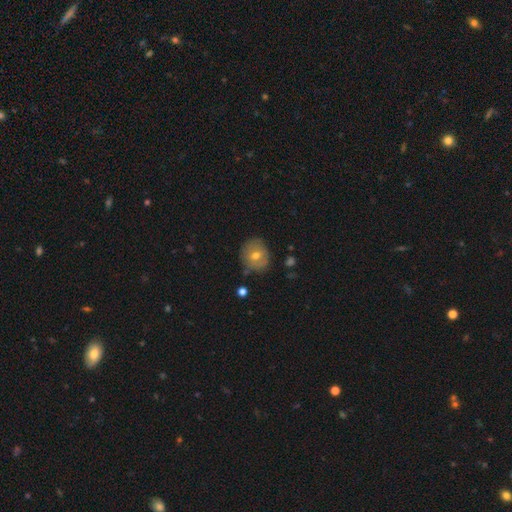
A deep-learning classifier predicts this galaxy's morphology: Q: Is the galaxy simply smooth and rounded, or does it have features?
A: smooth — 63%.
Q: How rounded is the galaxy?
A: round — 81%.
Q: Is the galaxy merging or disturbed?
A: none — 78%.